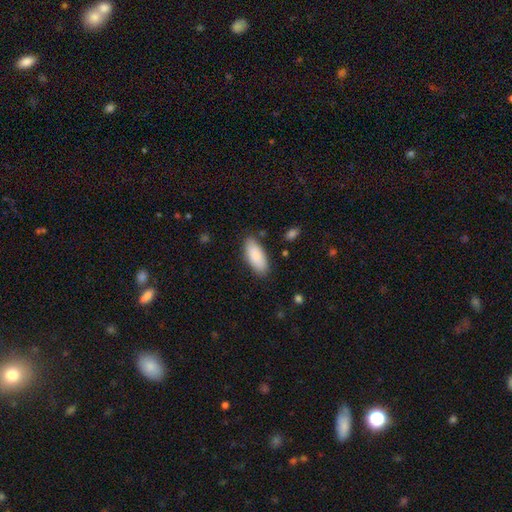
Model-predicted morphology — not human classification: Smooth or featured?
  - smooth: 85% *
  - featured or disk: 9%
  - star or artifact: 6%
How rounded?
  - in between: 86% *
  - cigar-shaped: 12%
  - round: 2%
Merging?
  - none: 83% *
  - minor disturbance: 12%
  - major disturbance: 3%
  - merger: 2%